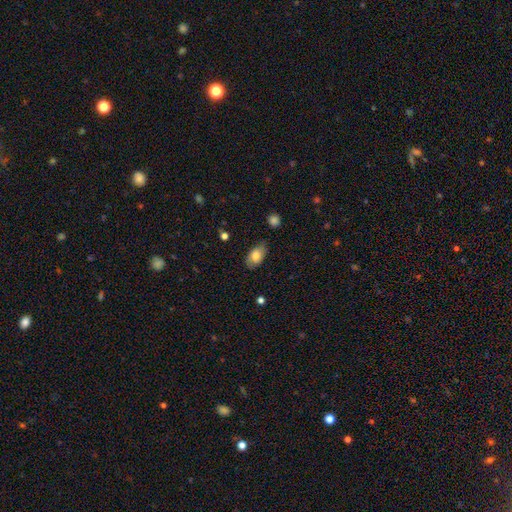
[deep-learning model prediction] Morphology: type=smooth (74%); roundness=in between (92%); merging=none (73%).